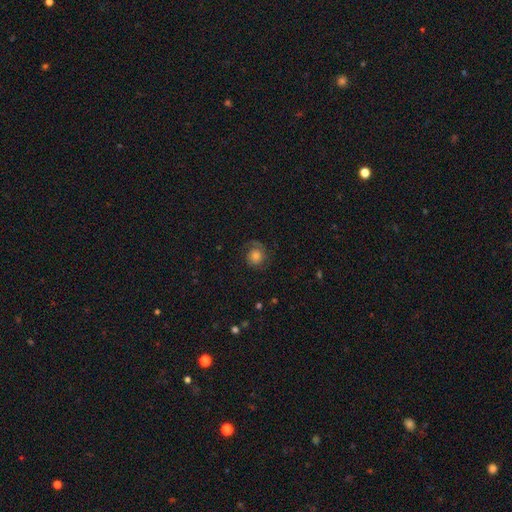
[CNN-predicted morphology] Q: Smooth or featured?
A: featured or disk (51%); runner-up: smooth (38%)
Q: Edge-on disk?
A: no (97%); runner-up: yes (3%)
Q: Merging?
A: none (70%); runner-up: minor disturbance (16%)